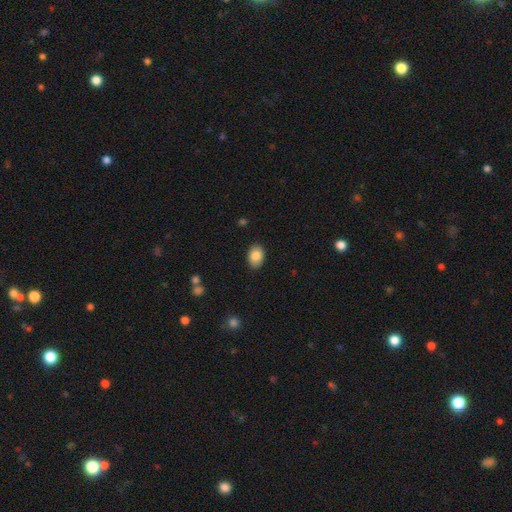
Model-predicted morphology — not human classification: A smooth galaxy with no disk features (85%) that is in between round and cigar-shaped (84%).

Vote fractions:
- Smooth or featured? smooth: 85% / featured or disk: 8% / star or artifact: 7%
- How rounded? in between: 84% / round: 15% / cigar-shaped: 1%
- Merging? none: 87% / minor disturbance: 9% / major disturbance: 2% / merger: 1%